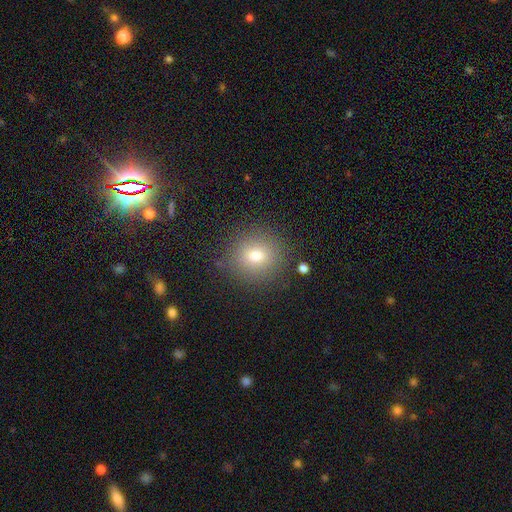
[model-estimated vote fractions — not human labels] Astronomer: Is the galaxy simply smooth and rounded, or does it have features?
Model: smooth — 77%.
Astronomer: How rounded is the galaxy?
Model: round — 84%.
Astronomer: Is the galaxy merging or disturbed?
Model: none — 86%.